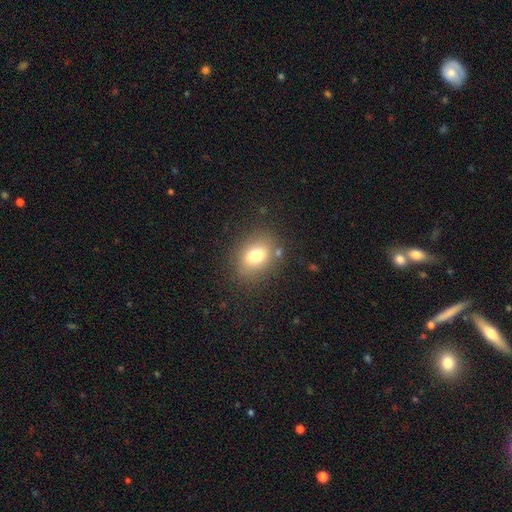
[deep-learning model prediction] Smooth or featured? smooth (75%)
How rounded? in between (63%)
Merging? none (79%)